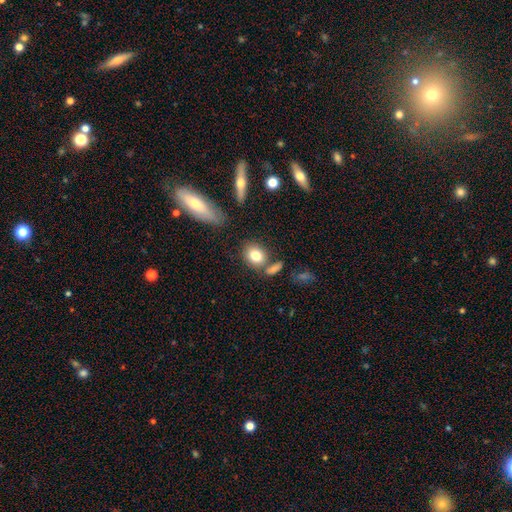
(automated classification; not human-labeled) The model was most divided on "how rounded": round: 52%, in between: 46%, cigar-shaped: 2%. More confident: smooth or featured — smooth (81%); merging — none (67%).